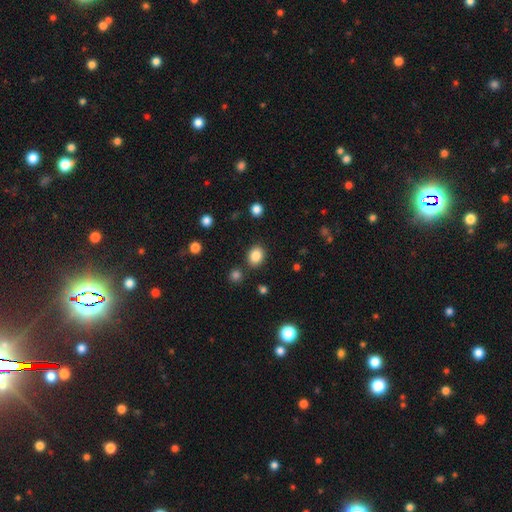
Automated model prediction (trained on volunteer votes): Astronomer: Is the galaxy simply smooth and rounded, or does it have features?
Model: smooth — 85%.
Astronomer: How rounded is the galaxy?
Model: in between — 55% (runner-up: round, 44%).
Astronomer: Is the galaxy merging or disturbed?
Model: none — 83%.